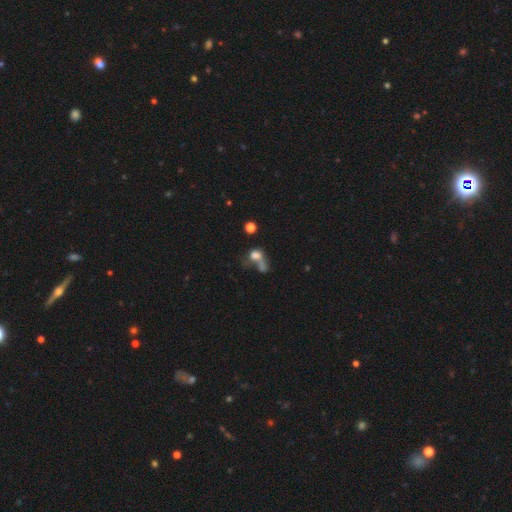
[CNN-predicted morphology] Smooth or featured? smooth (62%)
How rounded? round (50%)
Merging? merger (47%)